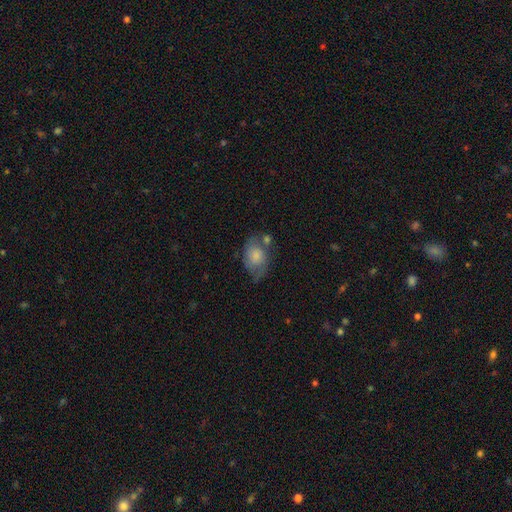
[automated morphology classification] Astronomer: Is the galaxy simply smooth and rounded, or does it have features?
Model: smooth — 66%.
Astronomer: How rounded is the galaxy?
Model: in between — 79%.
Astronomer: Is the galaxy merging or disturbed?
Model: none — 39% (runner-up: minor disturbance, 30%).